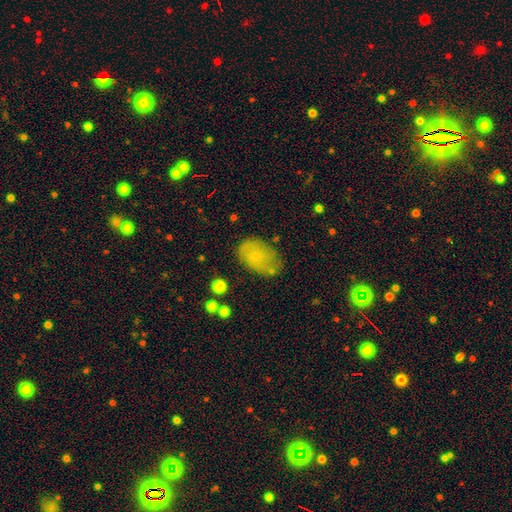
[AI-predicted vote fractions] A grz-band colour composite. It shows a smooth galaxy with no disk features (66%) that is in between round and cigar-shaped (86%). Merging: none (63%).